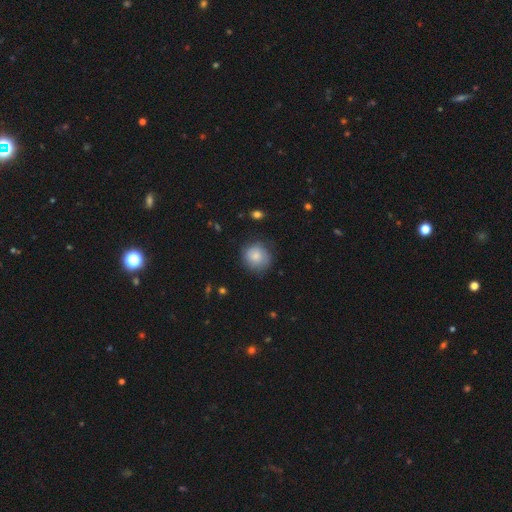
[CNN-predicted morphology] Q: Smooth or featured?
A: smooth (82%); runner-up: featured or disk (11%)
Q: How rounded?
A: round (88%); runner-up: in between (11%)
Q: Merging?
A: none (76%); runner-up: minor disturbance (18%)